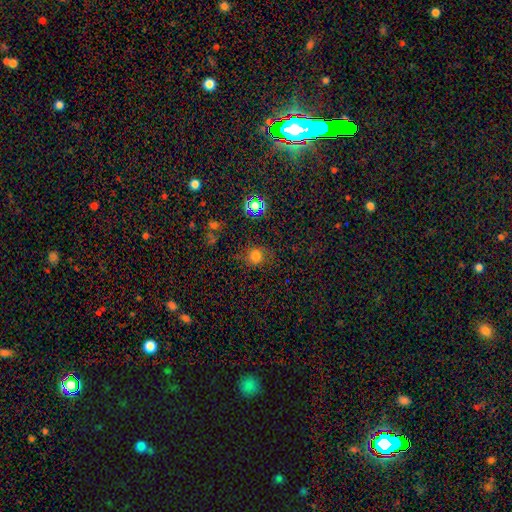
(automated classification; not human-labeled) Smooth or featured? Predicted: smooth (p=0.73). How rounded? Predicted: round (p=0.85). Merging? Predicted: none (p=0.78).